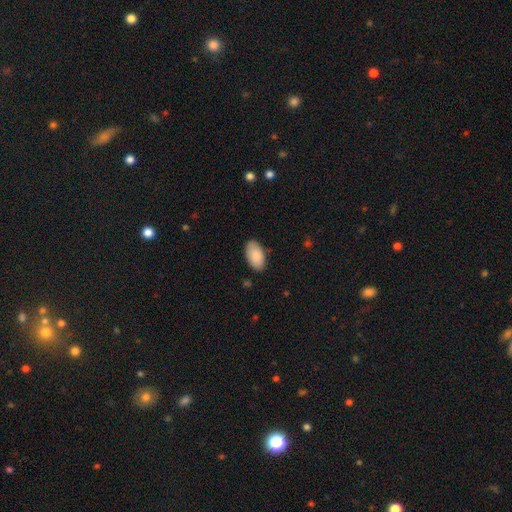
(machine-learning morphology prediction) Overall: smooth (89%). How rounded: in between (96%). Merging: none (84%).